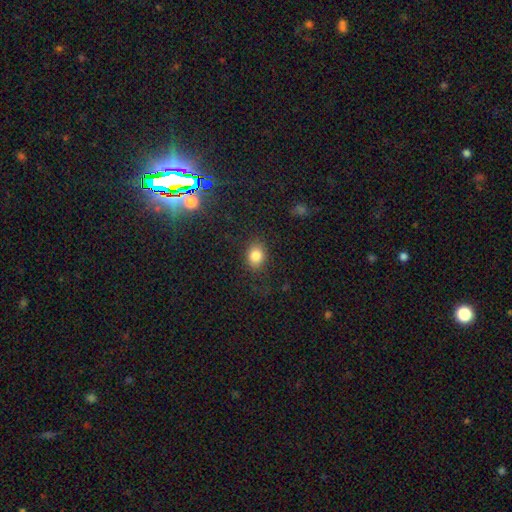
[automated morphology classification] The model was most divided on "how rounded": round: 50%, in between: 49%, cigar-shaped: 1%. More confident: smooth or featured — smooth (82%); merging — none (81%).